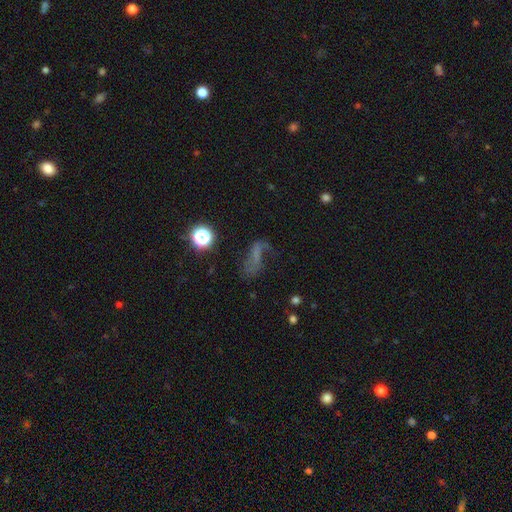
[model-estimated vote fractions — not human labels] Smooth or featured? featured or disk (39%)
Merging? none (42%)